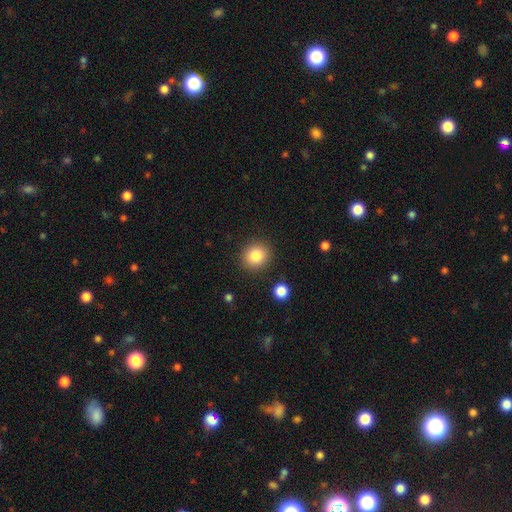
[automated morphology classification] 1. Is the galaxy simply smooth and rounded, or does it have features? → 83% smooth, 10% star or artifact, 7% featured or disk.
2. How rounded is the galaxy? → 86% round, 13% in between, 1% cigar-shaped.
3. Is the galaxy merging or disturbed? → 88% none, 7% minor disturbance, 3% major disturbance, 2% merger.